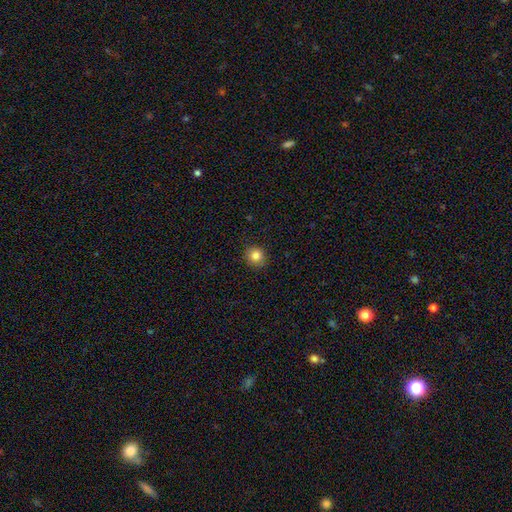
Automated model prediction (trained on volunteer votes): Q: Smooth or featured?
A: smooth (83%); runner-up: star or artifact (11%)
Q: How rounded?
A: round (88%); runner-up: in between (11%)
Q: Merging?
A: none (90%); runner-up: minor disturbance (8%)